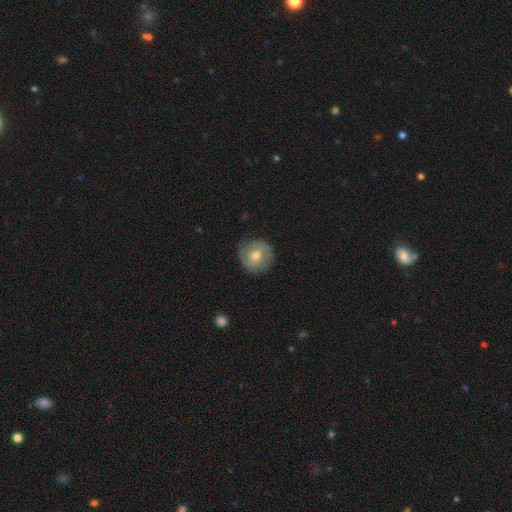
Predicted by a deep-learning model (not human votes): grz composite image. It shows a featured or disk galaxy (46%, tied with smooth). Merging: none (81%).